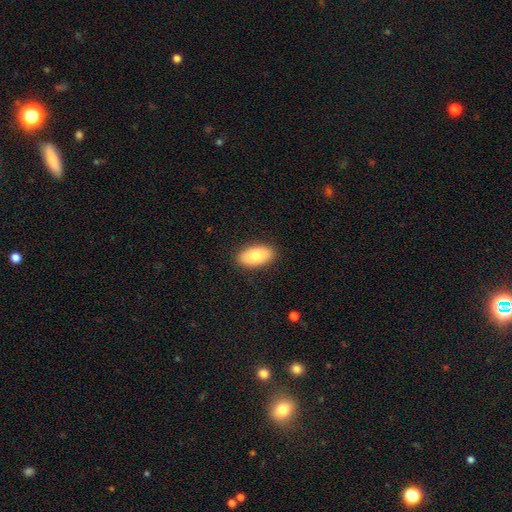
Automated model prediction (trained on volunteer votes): Q: Smooth or featured?
A: smooth (81%); runner-up: featured or disk (13%)
Q: How rounded?
A: in between (94%); runner-up: round (3%)
Q: Merging?
A: none (89%); runner-up: minor disturbance (8%)